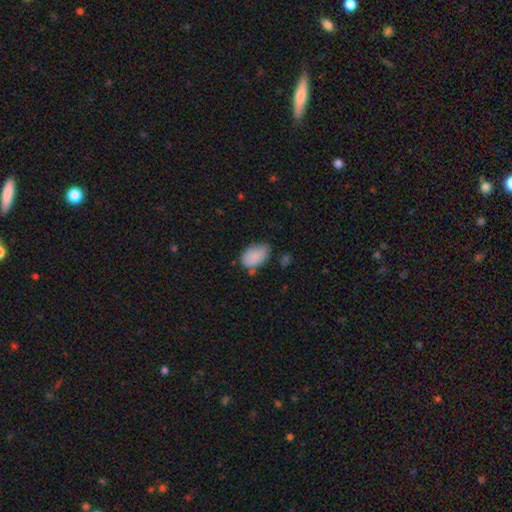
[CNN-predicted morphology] smooth-or-featured: smooth: 85% | featured or disk: 7% | star or artifact: 7%
  how-rounded: in between: 90% | round: 8% | cigar-shaped: 1%
  merging: none: 56% | minor disturbance: 31% | major disturbance: 7% | merger: 6%